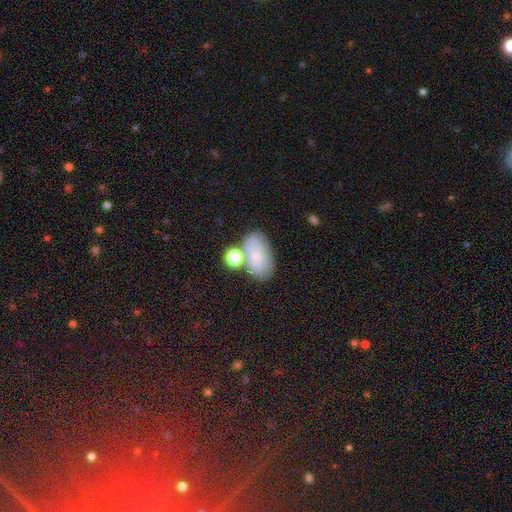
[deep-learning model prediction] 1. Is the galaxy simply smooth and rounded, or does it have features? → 69% smooth, 21% featured or disk, 10% star or artifact.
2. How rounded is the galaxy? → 90% in between, 8% round, 2% cigar-shaped.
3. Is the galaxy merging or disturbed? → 53% none, 22% merger, 18% minor disturbance, 7% major disturbance.